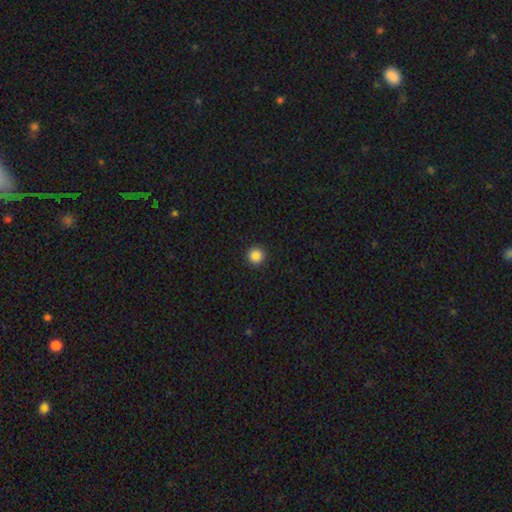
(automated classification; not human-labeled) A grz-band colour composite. It shows a smooth galaxy with no disk features (87%) that is round (96%). Merging: none (93%).